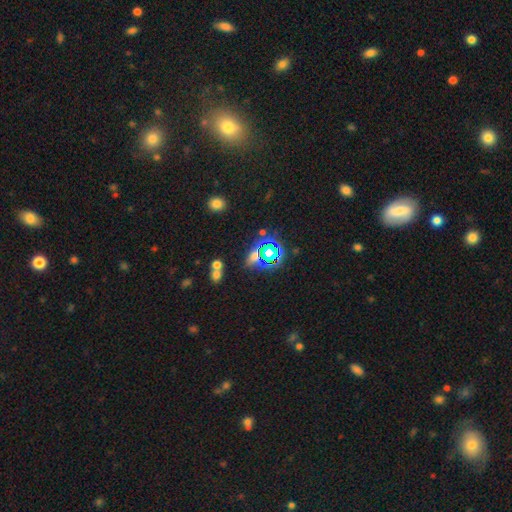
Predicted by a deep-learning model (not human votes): This appears to be a star or artifact, not a galaxy (61%).